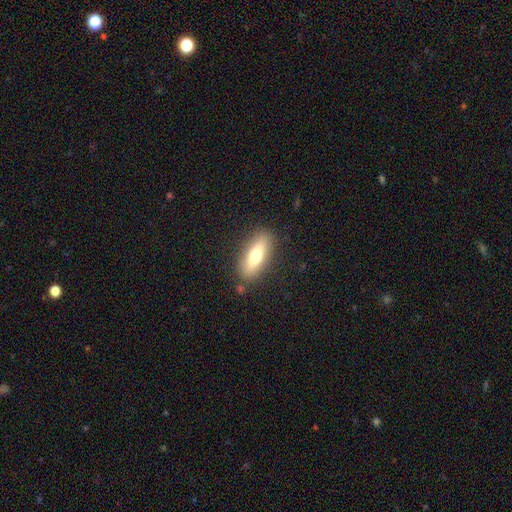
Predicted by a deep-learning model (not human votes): Smooth or featured: smooth — 67% (featured or disk — 26%)
How rounded: in between — 61% (cigar-shaped — 36%)
Merging: none — 84% (minor disturbance — 10%)